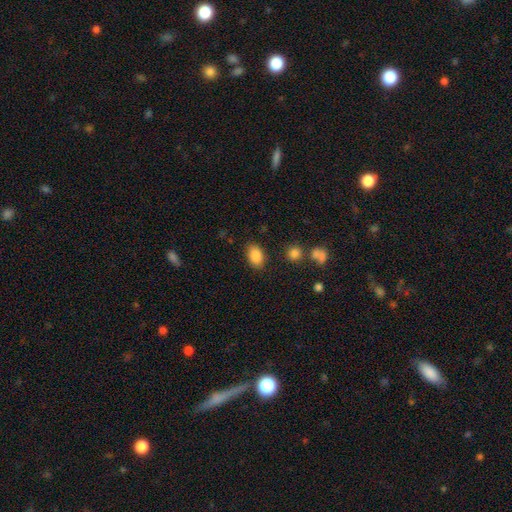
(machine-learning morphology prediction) This is clearly a smooth galaxy (87%). How rounded: clearly in between (86%). Merging: clearly none (83%).